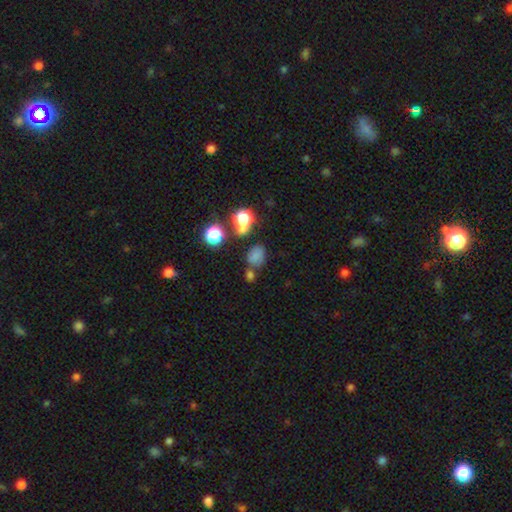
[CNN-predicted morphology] smooth_or_featured: smooth (p=0.67) [alt: star or artifact p=0.24]
how_rounded: in between (p=0.60) [alt: round p=0.39]
merging: none (p=0.56) [alt: minor disturbance p=0.18]